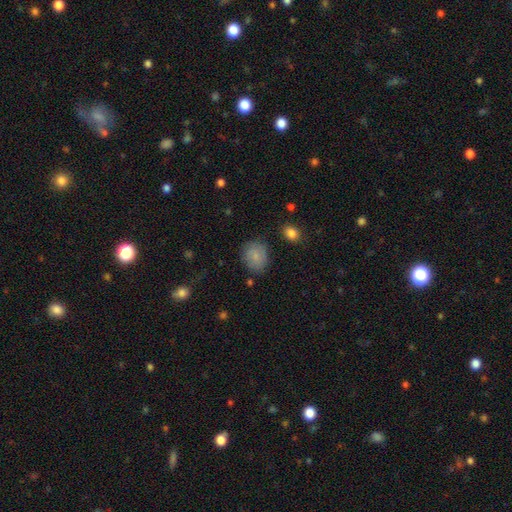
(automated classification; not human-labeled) Smooth or featured? smooth (82%)
How rounded? round (66%)
Merging? none (78%)